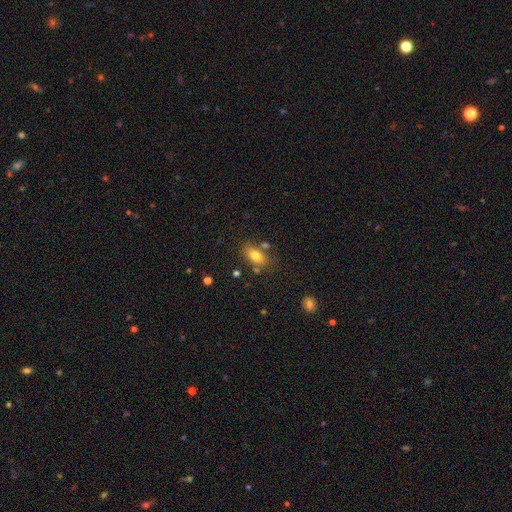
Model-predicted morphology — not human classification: type=smooth (78%); roundness=in between (86%); merging=none (70%).